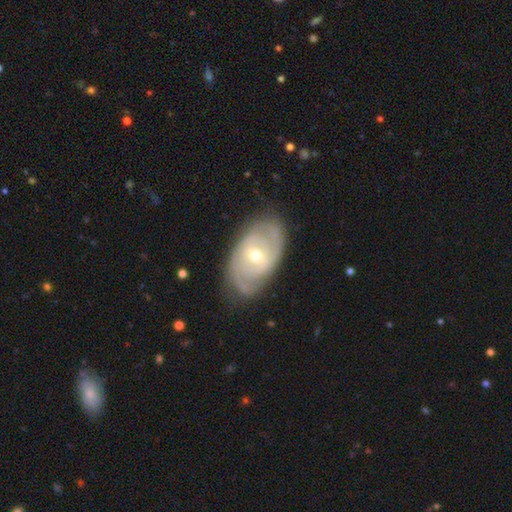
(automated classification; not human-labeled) Smooth or featured: featured or disk — 83% (smooth — 12%)
Edge-on disk: no — 95% (yes — 5%)
Bar: weak — 48% (no — 38%)
Spiral arms: yes — 93% (no — 7%)
Spiral winding: tight — 63% (medium — 30%)
Spiral arm count: 2 — 47% (can't tell — 26%)
Bulge size: small — 49% (moderate — 48%)
Merging: none — 77% (minor disturbance — 17%)